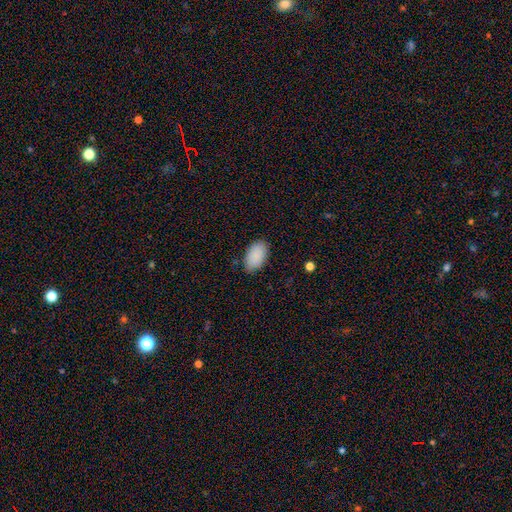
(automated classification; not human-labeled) smooth_or_featured: smooth (p=0.90) [alt: star or artifact p=0.06]
how_rounded: in between (p=0.95) [alt: round p=0.03]
merging: none (p=0.84) [alt: minor disturbance p=0.13]